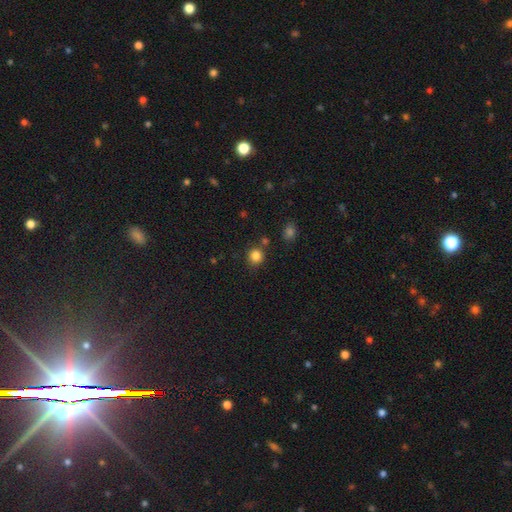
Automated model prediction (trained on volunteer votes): A smooth galaxy with no disk features (84%) that is round (88%). Merging: none (82%).